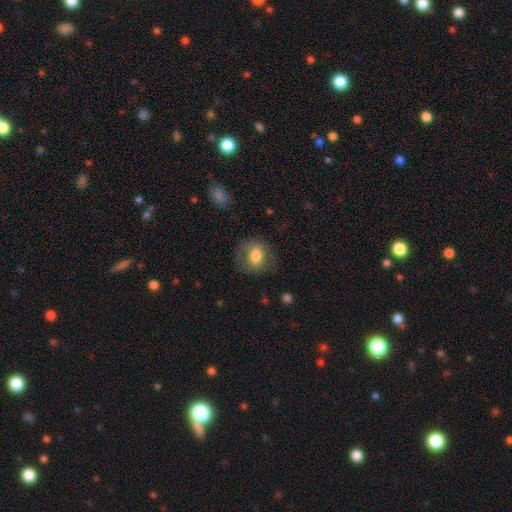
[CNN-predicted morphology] A smooth galaxy with no disk features (64%) that is round (49%, tied with in between). Merging: none (72%).